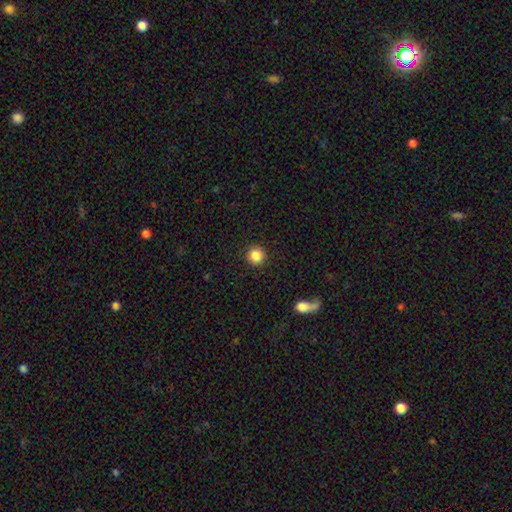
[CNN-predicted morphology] A smooth galaxy with no disk features (86%) that is round (93%).

Vote fractions:
- Smooth or featured? smooth: 86% / star or artifact: 10% / featured or disk: 4%
- How rounded? round: 93% / in between: 6% / cigar-shaped: 1%
- Merging? none: 91% / minor disturbance: 6% / major disturbance: 2% / merger: 1%